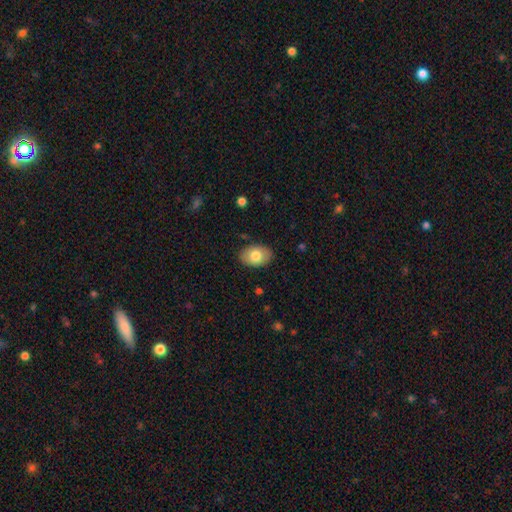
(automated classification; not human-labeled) Morphology: type=smooth (78%); roundness=in between (85%); merging=none (87%).